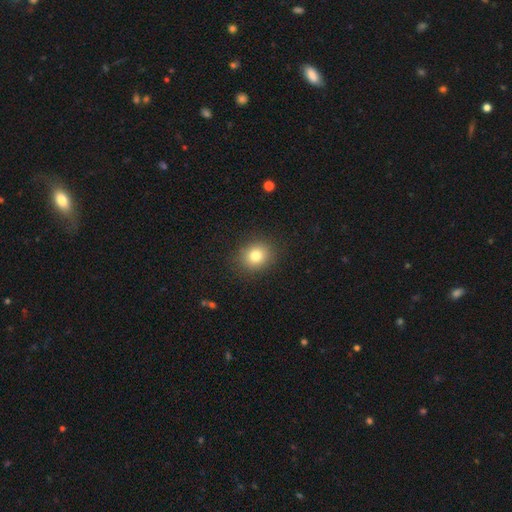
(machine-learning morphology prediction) Smooth or featured: smooth — 80% (star or artifact — 12%)
How rounded: round — 73% (in between — 26%)
Merging: none — 88% (minor disturbance — 8%)